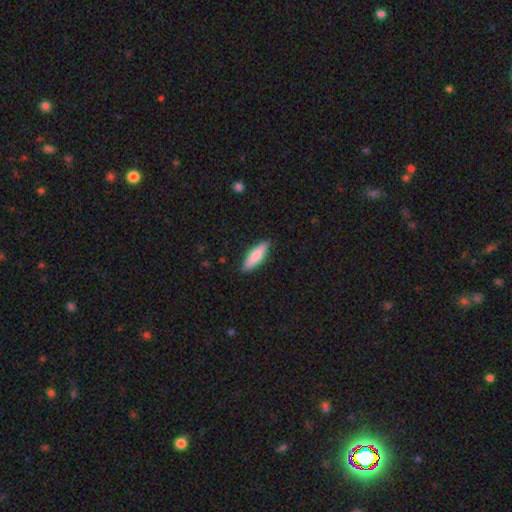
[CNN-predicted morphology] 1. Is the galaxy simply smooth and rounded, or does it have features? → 80% smooth, 14% featured or disk, 5% star or artifact.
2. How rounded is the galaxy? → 56% cigar-shaped, 42% in between, 2% round.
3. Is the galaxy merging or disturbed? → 88% none, 9% minor disturbance, 2% major disturbance, 1% merger.